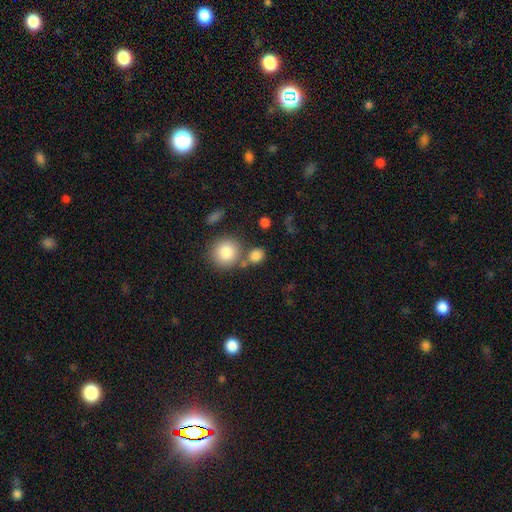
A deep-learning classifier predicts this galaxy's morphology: This is clearly a smooth galaxy (83%). How rounded: likely round (71%). Merging: likely none (62%).